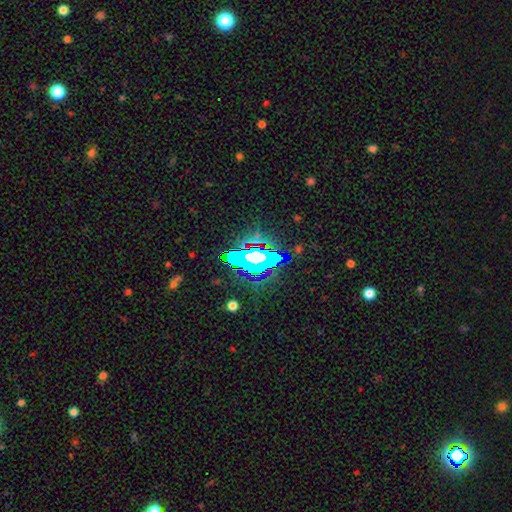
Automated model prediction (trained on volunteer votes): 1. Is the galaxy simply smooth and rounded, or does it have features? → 59% star or artifact, 21% smooth, 20% featured or disk.